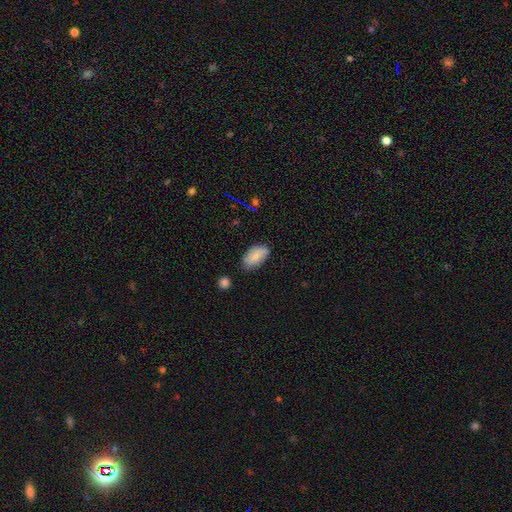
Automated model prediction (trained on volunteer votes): The model was most divided on "merging": none: 71%, minor disturbance: 23%, major disturbance: 4%, merger: 2%. More confident: how rounded — in between (94%); smooth or featured — smooth (79%).